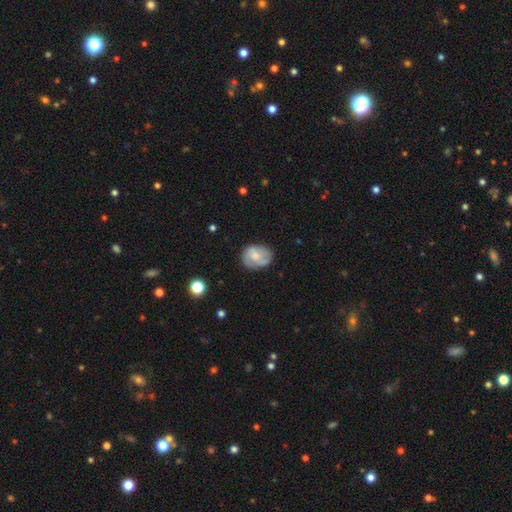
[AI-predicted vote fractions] smooth 64%, featured or disk 29%, star or artifact 8%. Down the decision tree: how rounded — in between (53%); merging — none (61%).